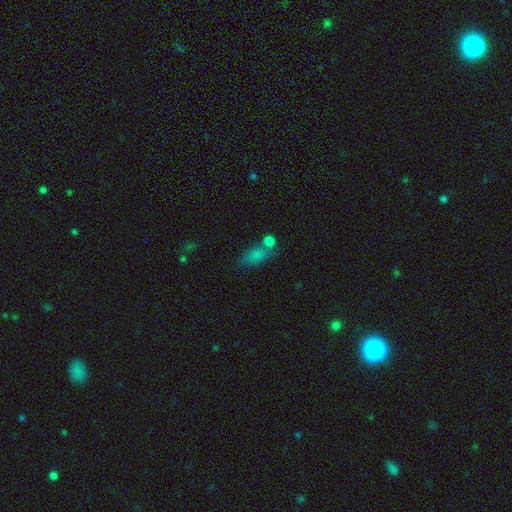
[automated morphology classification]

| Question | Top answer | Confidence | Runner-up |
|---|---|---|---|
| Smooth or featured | smooth | 75% | star or artifact (15%) |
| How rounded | in between | 76% | cigar-shaped (13%) |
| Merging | none | 51% | merger (23%) |